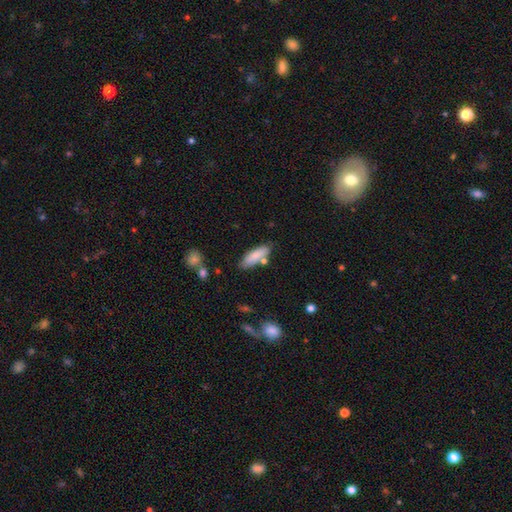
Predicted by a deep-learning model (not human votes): Smooth or featured: smooth — 82% (featured or disk — 12%)
How rounded: in between — 50% (cigar-shaped — 48%)
Merging: none — 76% (minor disturbance — 13%)